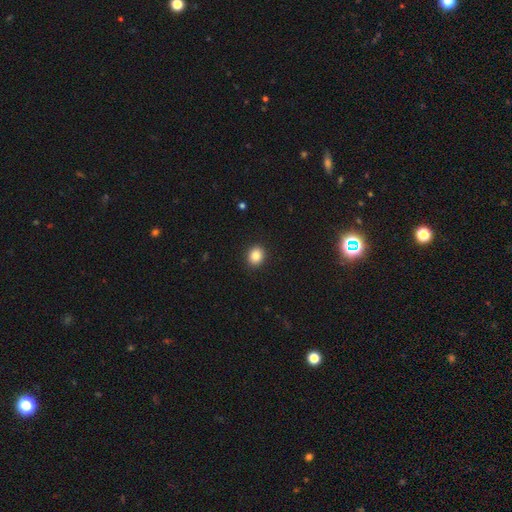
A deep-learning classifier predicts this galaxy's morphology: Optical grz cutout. It shows a smooth galaxy with no disk features (85%) that is round (68%). Merging: none (91%).